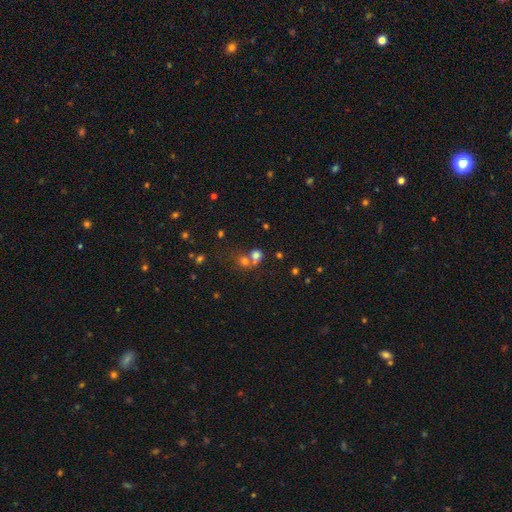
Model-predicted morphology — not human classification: smooth_or_featured: smooth (p=0.70) [alt: star or artifact p=0.17]
how_rounded: round (p=0.72) [alt: in between p=0.27]
merging: merger (p=0.52) [alt: none p=0.36]